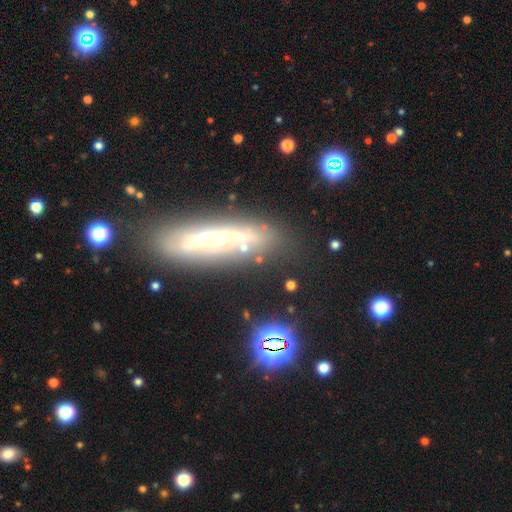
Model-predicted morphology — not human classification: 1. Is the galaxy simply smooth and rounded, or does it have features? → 60% featured or disk, 28% smooth, 12% star or artifact.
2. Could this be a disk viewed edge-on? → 51% yes, 49% no.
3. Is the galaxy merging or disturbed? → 78% none, 14% minor disturbance, 5% major disturbance, 4% merger.